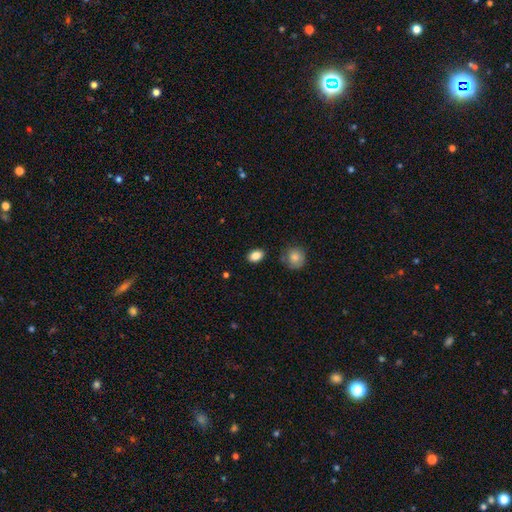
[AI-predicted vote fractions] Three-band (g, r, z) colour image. It shows a smooth galaxy with no disk features (86%) that is in between round and cigar-shaped (77%). Merging: none (84%).